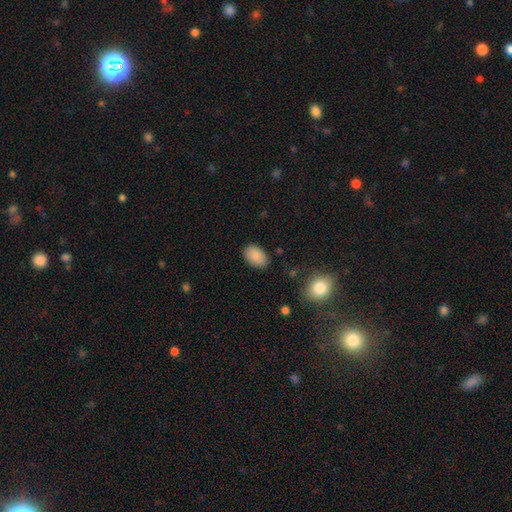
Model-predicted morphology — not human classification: type=smooth (88%); roundness=in between (89%); merging=none (85%).